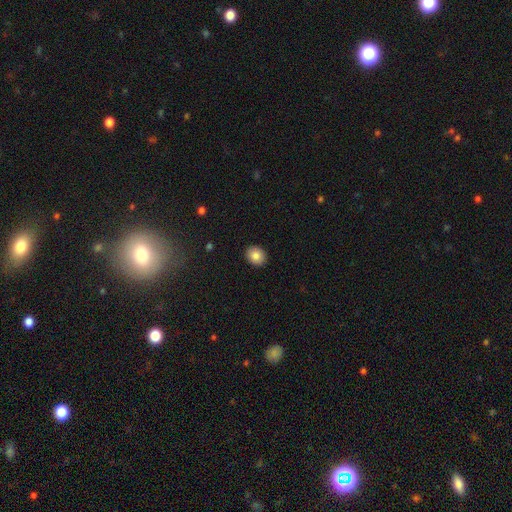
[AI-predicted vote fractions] This is clearly a smooth galaxy (85%). How rounded: possibly round (54%). Merging: clearly none (91%).